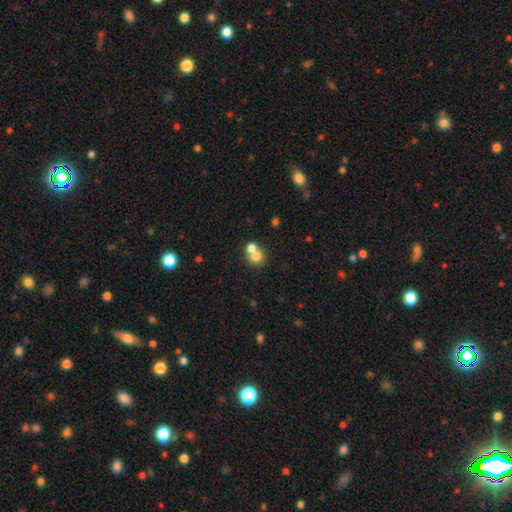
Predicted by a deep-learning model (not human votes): This is likely a smooth galaxy (74%). How rounded: likely round (79%). Merging: possibly merger (57%).